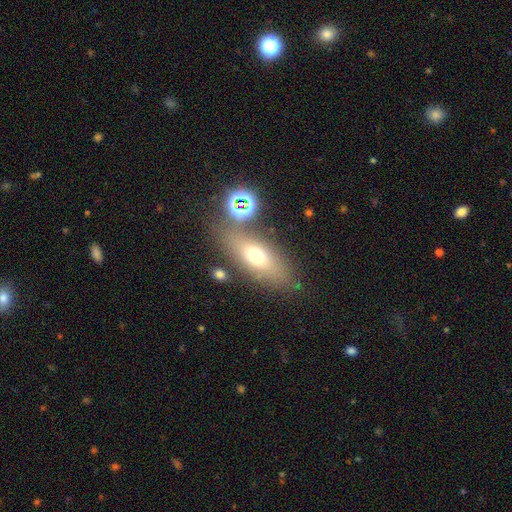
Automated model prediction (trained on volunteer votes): Q: Smooth or featured?
A: smooth (63%); runner-up: featured or disk (24%)
Q: How rounded?
A: in between (69%); runner-up: cigar-shaped (23%)
Q: Merging?
A: none (71%); runner-up: minor disturbance (13%)